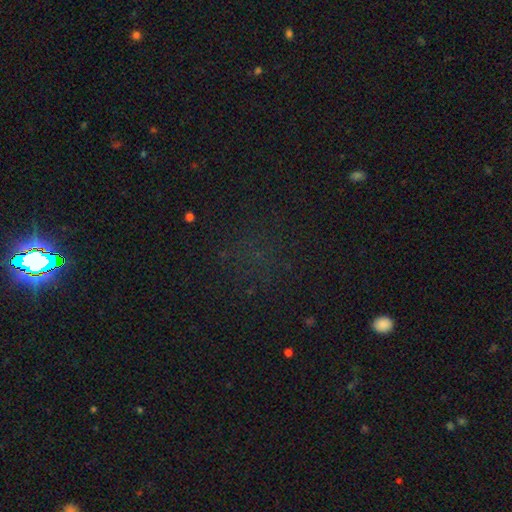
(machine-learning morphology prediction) Smooth or featured? Predicted: star or artifact (p=0.69).